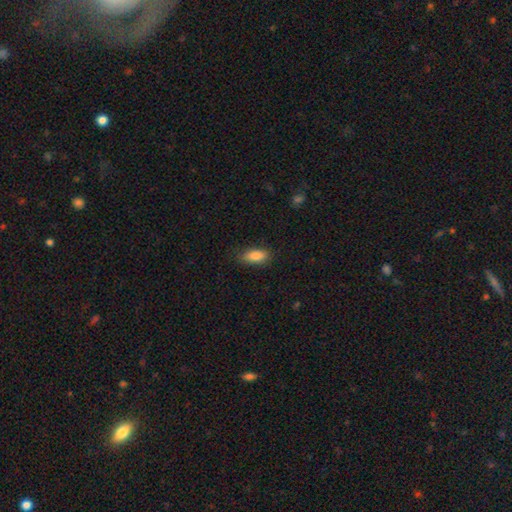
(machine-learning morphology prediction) Smooth or featured? Predicted: smooth (p=0.87). How rounded? Predicted: in between (p=0.84). Merging? Predicted: none (p=0.81).